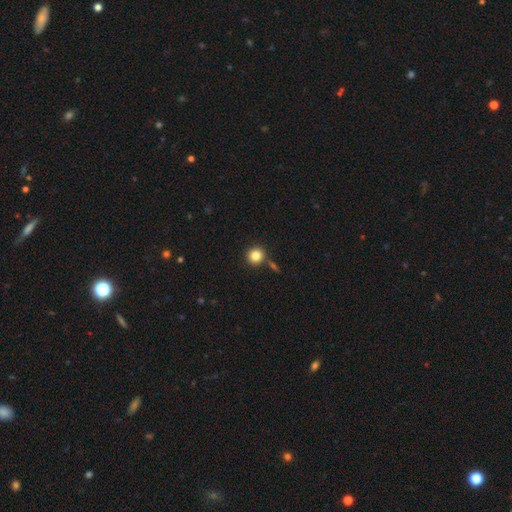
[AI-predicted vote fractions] A smooth galaxy with no disk features (84%) that is round (91%). Merging: none (80%).